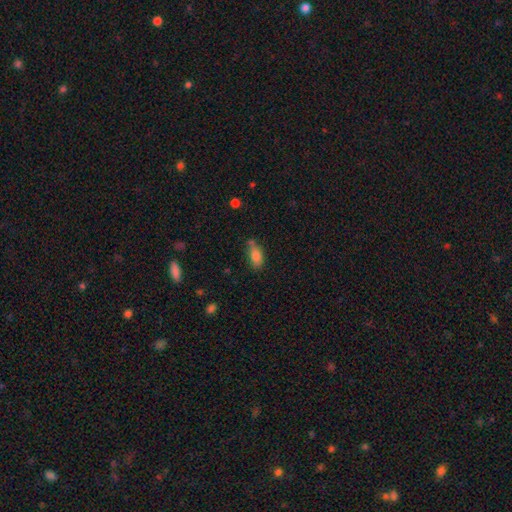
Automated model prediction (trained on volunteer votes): The model was most divided on "merging": none: 56%, minor disturbance: 26%, merger: 12%, major disturbance: 7%. More confident: how rounded — in between (85%); smooth or featured — smooth (83%).